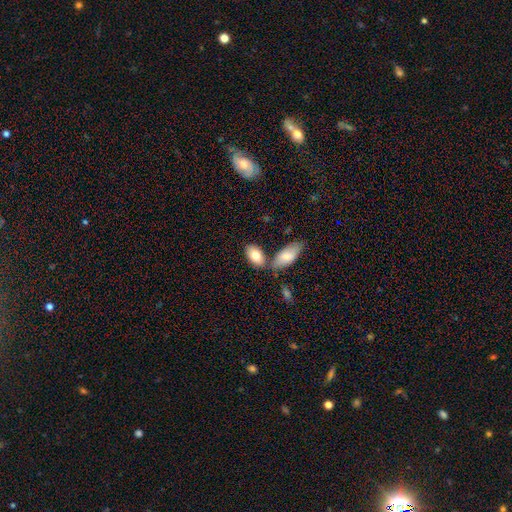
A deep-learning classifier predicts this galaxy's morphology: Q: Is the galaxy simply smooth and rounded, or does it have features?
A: smooth — 81%.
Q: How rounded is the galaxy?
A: in between — 93%.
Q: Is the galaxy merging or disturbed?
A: none — 59%.